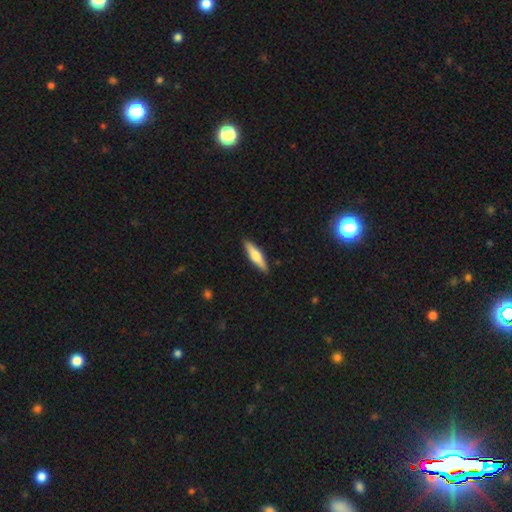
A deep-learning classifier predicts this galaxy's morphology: Smooth or featured: smooth — 56% (featured or disk — 39%)
How rounded: cigar-shaped — 73% (in between — 26%)
Merging: none — 90% (minor disturbance — 8%)